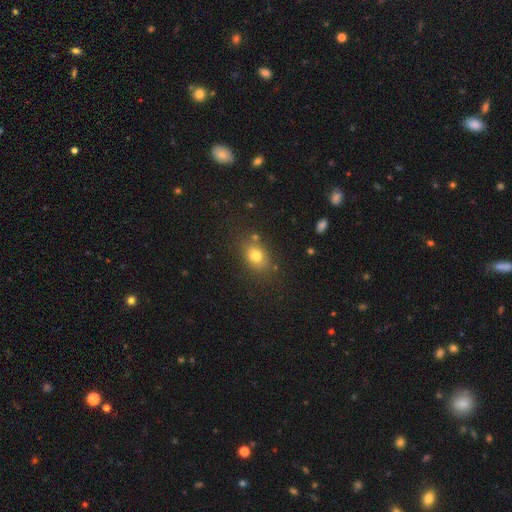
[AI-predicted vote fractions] smooth 77%, star or artifact 12%, featured or disk 11%. Down the decision tree: how rounded — in between (65%); merging — none (76%).